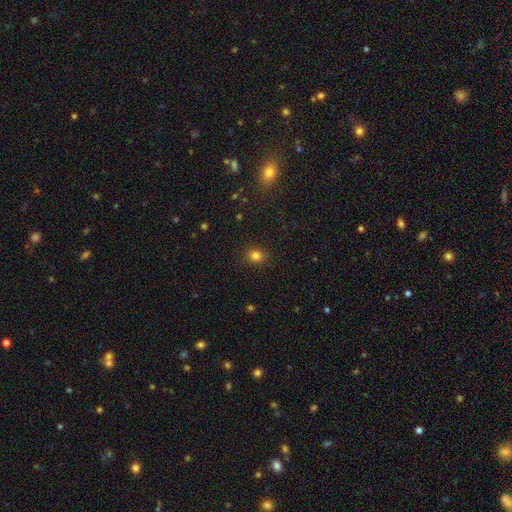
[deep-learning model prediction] Morphology: type=smooth (81%); roundness=round (76%); merging=none (89%).